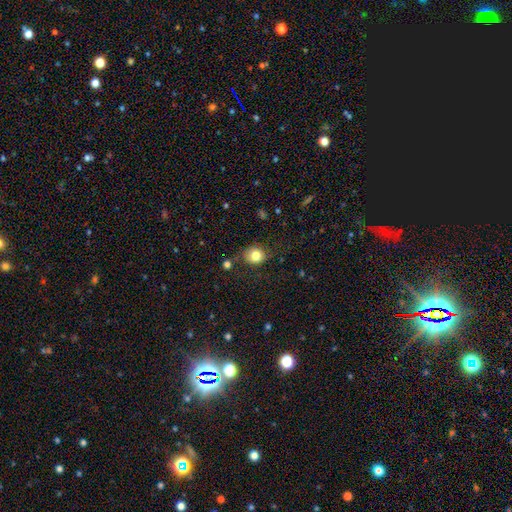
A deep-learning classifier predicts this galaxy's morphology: A smooth galaxy with no disk features (81%) that is round (69%). Merging: none (74%).